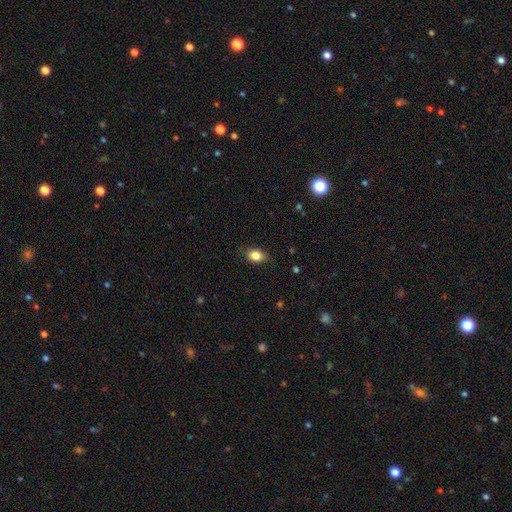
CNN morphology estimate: Q: Smooth or featured?
A: smooth (84%); runner-up: star or artifact (9%)
Q: How rounded?
A: in between (74%); runner-up: round (24%)
Q: Merging?
A: none (82%); runner-up: minor disturbance (14%)